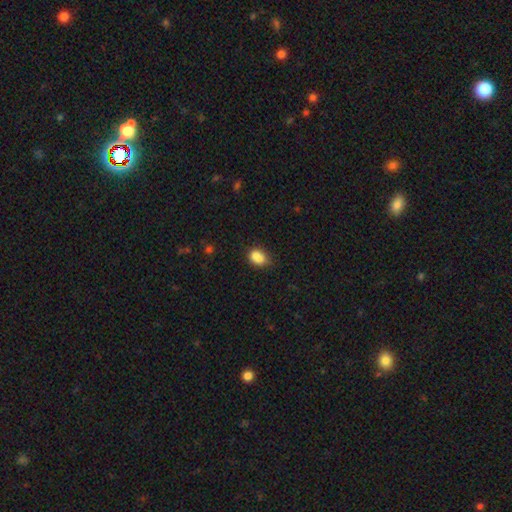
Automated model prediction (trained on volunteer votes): The model was most divided on "merging": none: 40%, merger: 36%, minor disturbance: 19%, major disturbance: 5%. More confident: smooth or featured — smooth (78%); how rounded — in between (59%).